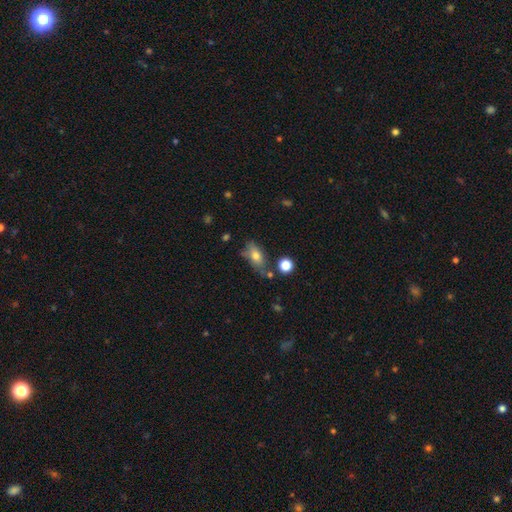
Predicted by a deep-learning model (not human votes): This appears to be a smooth galaxy with no disk features (72%) that is in between round and cigar-shaped (82%). Merging: none (58%).